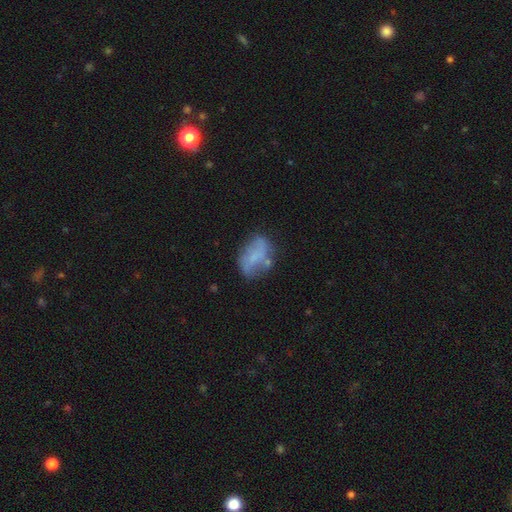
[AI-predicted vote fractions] This is possibly a smooth galaxy (46%). Merging: possibly none (50%).